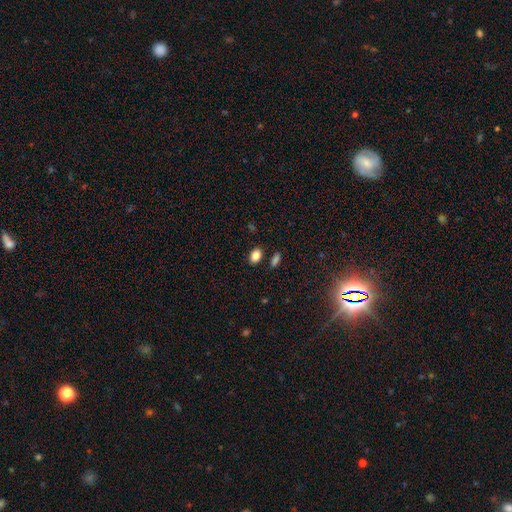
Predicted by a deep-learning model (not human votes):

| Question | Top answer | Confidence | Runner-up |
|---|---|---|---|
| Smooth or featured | smooth | 86% | star or artifact (9%) |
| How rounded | in between | 83% | round (16%) |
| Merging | none | 83% | minor disturbance (9%) |